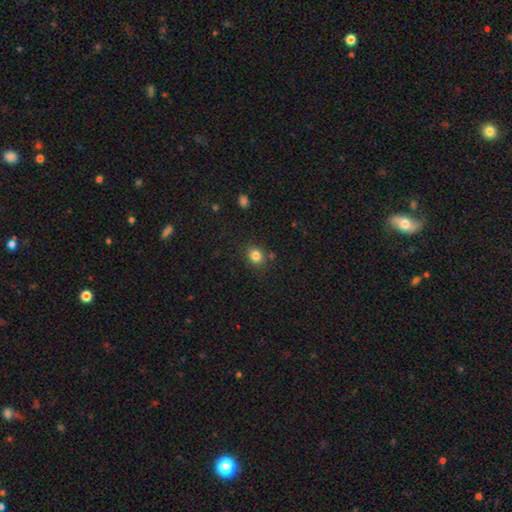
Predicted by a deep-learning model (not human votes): A smooth galaxy with no disk features (83%) that is round (61%).

Vote fractions:
- Smooth or featured? smooth: 83% / star or artifact: 11% / featured or disk: 6%
- How rounded? round: 61% / in between: 38% / cigar-shaped: 1%
- Merging? none: 82% / minor disturbance: 11% / merger: 4% / major disturbance: 3%